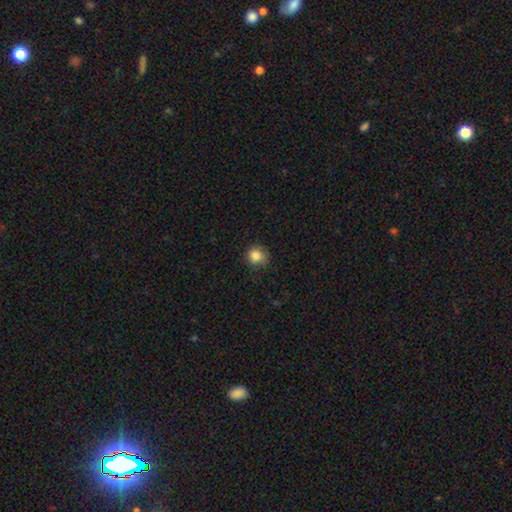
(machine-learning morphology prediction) The model was most divided on "merging": none: 76%, minor disturbance: 19%, major disturbance: 4%, merger: 1%. More confident: how rounded — round (87%); smooth or featured — smooth (85%).